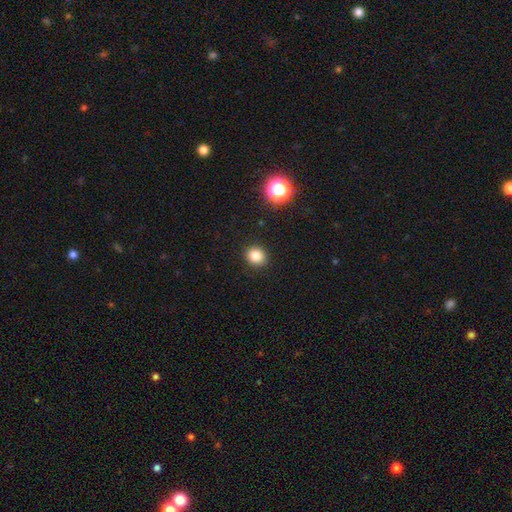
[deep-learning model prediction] smooth 82%, star or artifact 13%, featured or disk 5%. Down the decision tree: how rounded — round (81%); merging — none (91%).